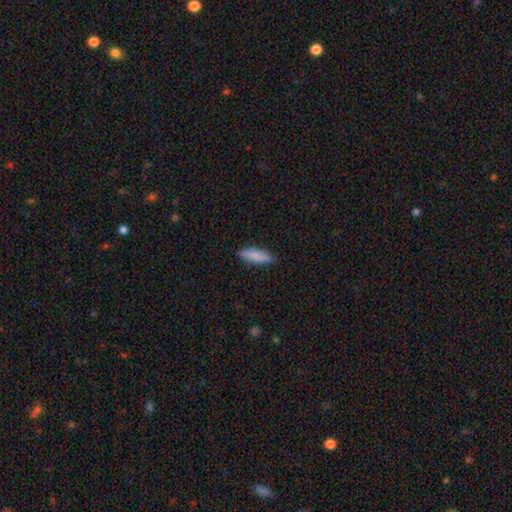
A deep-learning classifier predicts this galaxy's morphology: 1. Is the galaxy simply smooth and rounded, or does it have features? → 87% smooth, 7% featured or disk, 6% star or artifact.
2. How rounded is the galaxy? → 55% cigar-shaped, 44% in between, 2% round.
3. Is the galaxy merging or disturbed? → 87% none, 10% minor disturbance, 2% major disturbance, 1% merger.